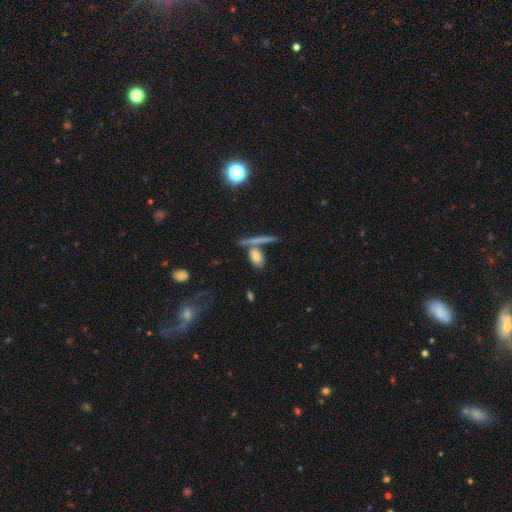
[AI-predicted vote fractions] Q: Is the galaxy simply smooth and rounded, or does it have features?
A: smooth — 73%.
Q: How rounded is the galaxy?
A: in between — 68%.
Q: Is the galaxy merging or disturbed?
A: none — 57%.